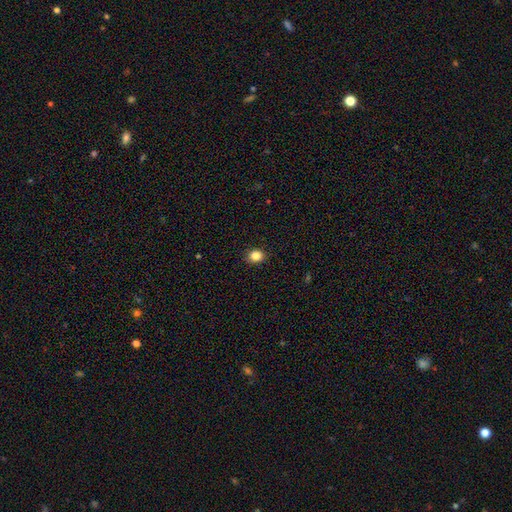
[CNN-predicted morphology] Q: Smooth or featured?
A: smooth (85%); runner-up: star or artifact (11%)
Q: How rounded?
A: round (66%); runner-up: in between (33%)
Q: Merging?
A: none (90%); runner-up: minor disturbance (7%)